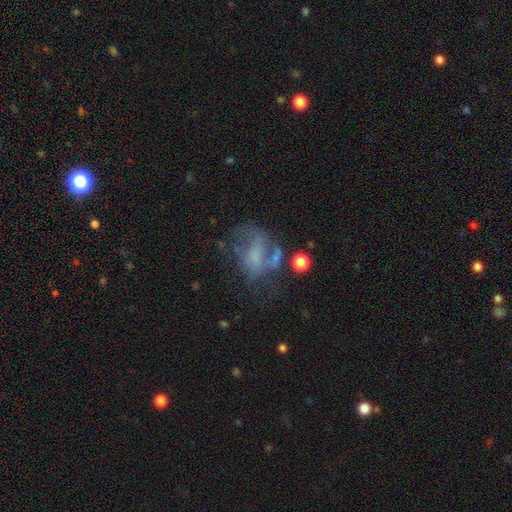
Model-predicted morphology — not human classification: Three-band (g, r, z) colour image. It shows a featured or disk galaxy (53%) with no bar (58%), no spiral arms (51%) and no central bulge (56%). Merging: major disturbance (35%).